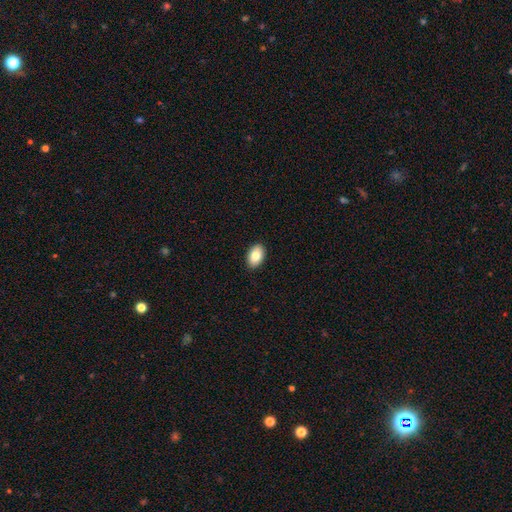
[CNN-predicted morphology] This is clearly a smooth galaxy (83%). How rounded: clearly in between (91%). Merging: clearly none (91%).